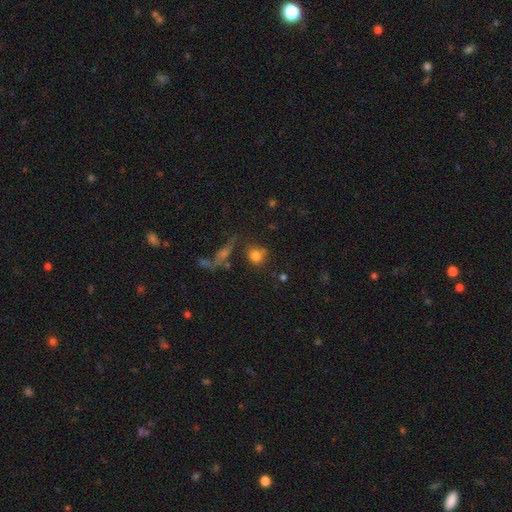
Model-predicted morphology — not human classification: Q: Smooth or featured?
A: smooth (78%); runner-up: star or artifact (13%)
Q: How rounded?
A: round (78%); runner-up: in between (19%)
Q: Merging?
A: none (66%); runner-up: minor disturbance (15%)